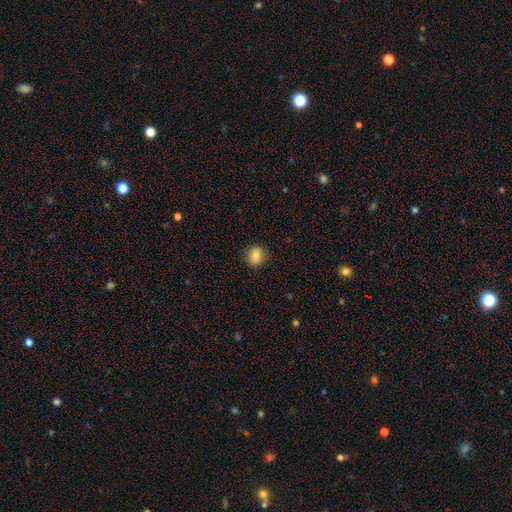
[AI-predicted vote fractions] A smooth galaxy with no disk features (81%) that is round (70%). Merging: none (88%).